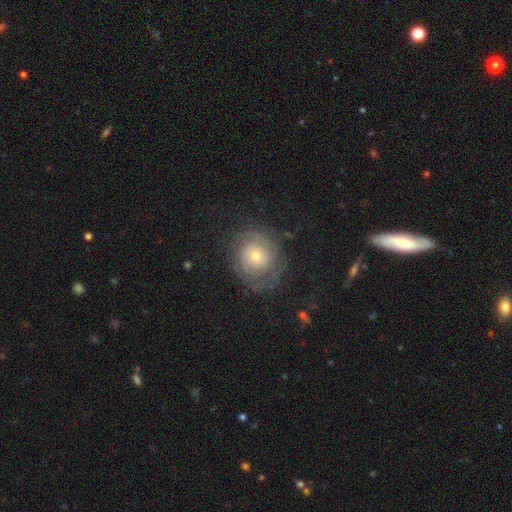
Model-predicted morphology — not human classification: Q: Smooth or featured?
A: featured or disk (67%); runner-up: smooth (24%)
Q: Edge-on disk?
A: no (97%); runner-up: yes (3%)
Q: Bar?
A: no (82%); runner-up: weak (15%)
Q: Spiral arms?
A: yes (83%); runner-up: no (17%)
Q: Spiral winding?
A: tight (64%); runner-up: medium (26%)
Q: Spiral arm count?
A: 2 (44%); runner-up: can't tell (33%)
Q: Bulge size?
A: moderate (49%); runner-up: small (45%)
Q: Merging?
A: none (69%); runner-up: minor disturbance (17%)